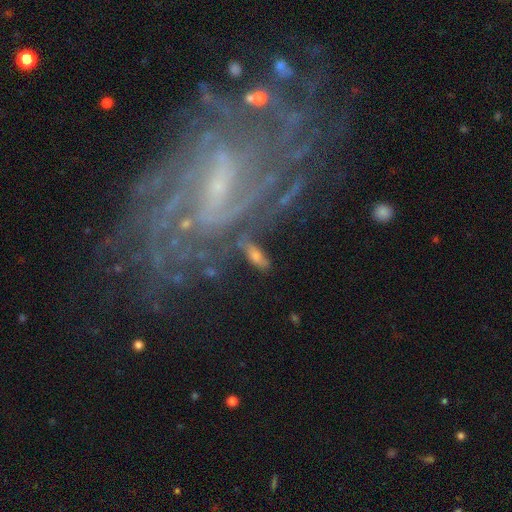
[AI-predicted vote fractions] This appears to be a smooth galaxy with no disk features (53%) that is in between round and cigar-shaped (58%). Merging: none (58%).